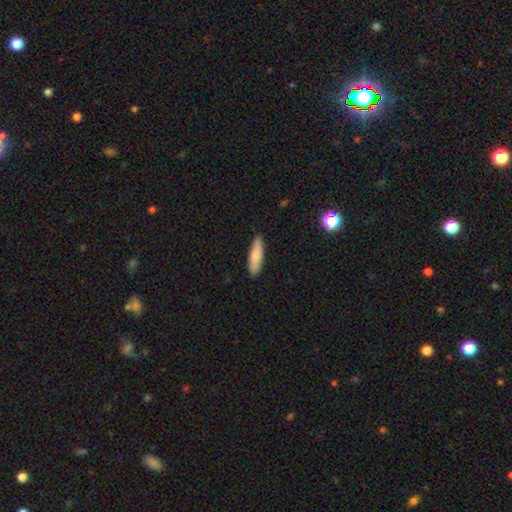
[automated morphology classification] This appears to be a smooth galaxy with no disk features (80%) that is cigar-shaped (66%). Merging: none (88%).